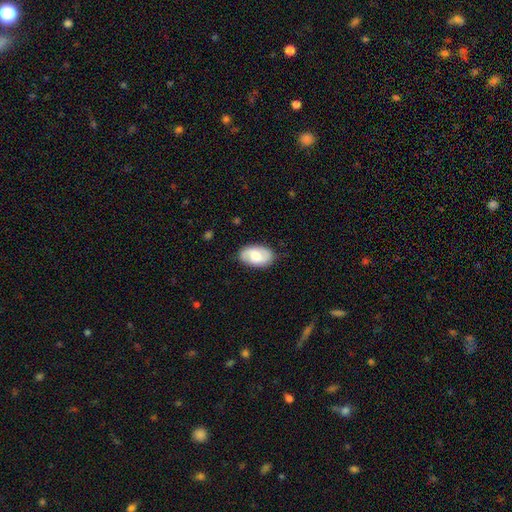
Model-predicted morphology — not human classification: This appears to be a smooth galaxy with no disk features (55%) that is in between round and cigar-shaped (92%). Merging: none (83%).